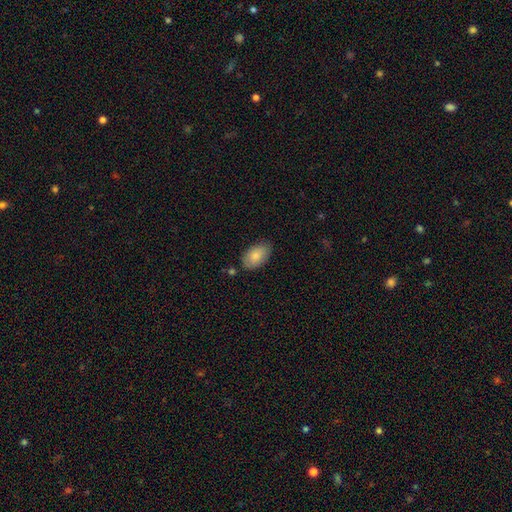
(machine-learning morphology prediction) type=smooth (83%); roundness=in between (93%); merging=none (79%).